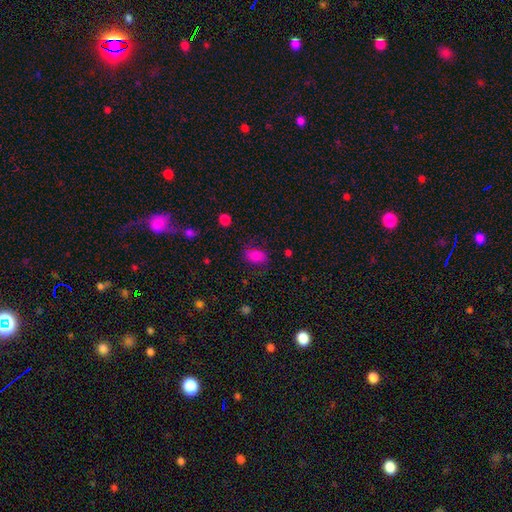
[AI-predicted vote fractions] Overall: smooth (74%). How rounded: in between (81%). Merging: none (73%).